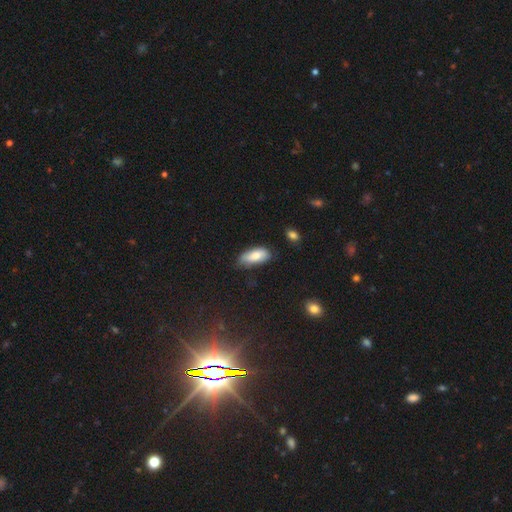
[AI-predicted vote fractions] smooth-or-featured: smooth: 80% | featured or disk: 13% | star or artifact: 7%
  how-rounded: in between: 86% | cigar-shaped: 12% | round: 2%
  merging: none: 53% | minor disturbance: 36% | major disturbance: 8% | merger: 3%